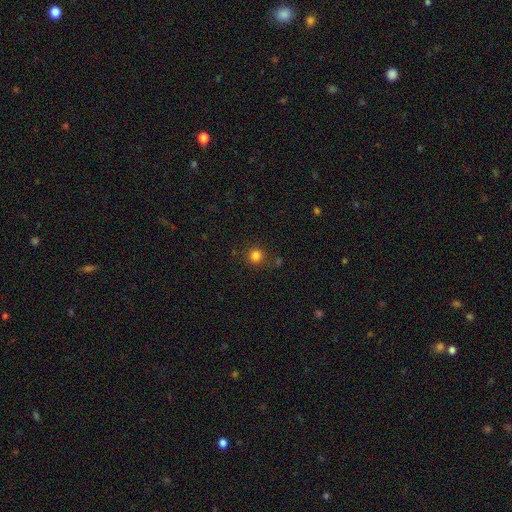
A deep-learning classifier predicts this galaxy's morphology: type=smooth (81%); roundness=round (94%); merging=none (84%).